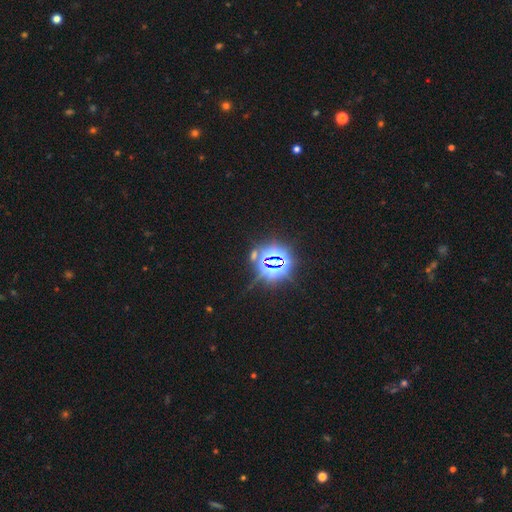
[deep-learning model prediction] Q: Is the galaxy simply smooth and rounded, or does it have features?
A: star or artifact — 83%.